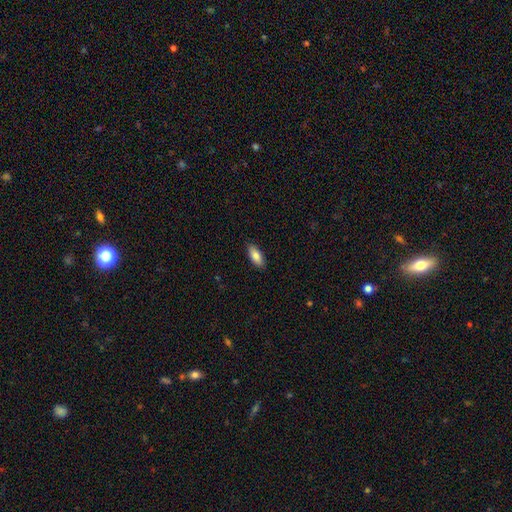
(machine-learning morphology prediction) A smooth galaxy with no disk features (83%) that is in between round and cigar-shaped (82%). Merging: none (89%).